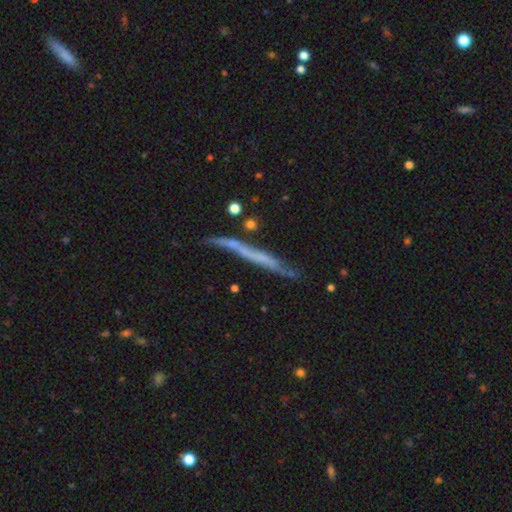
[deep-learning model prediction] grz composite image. It shows a featured or disk galaxy (59%) viewed edge-on (89%) with no central bulge (85%). Merging: none (70%).